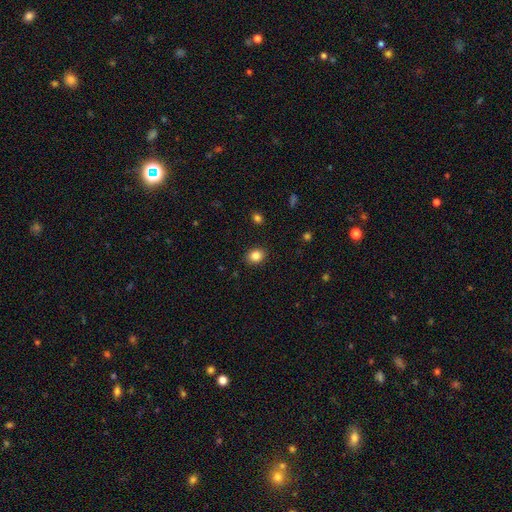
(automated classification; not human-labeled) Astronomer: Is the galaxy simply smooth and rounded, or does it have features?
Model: smooth — 85%.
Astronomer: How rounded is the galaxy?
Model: in between — 50% (runner-up: round, 49%).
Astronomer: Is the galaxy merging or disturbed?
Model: none — 89%.